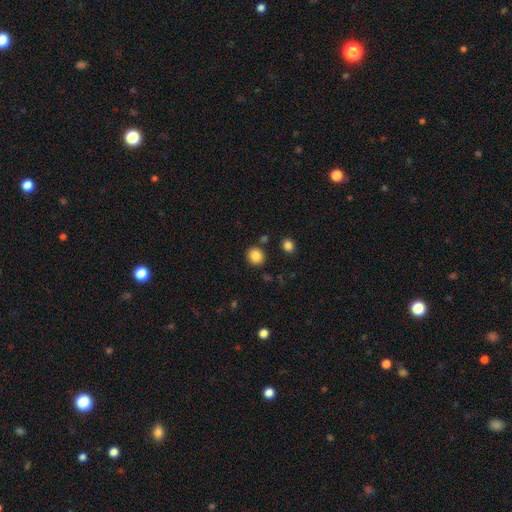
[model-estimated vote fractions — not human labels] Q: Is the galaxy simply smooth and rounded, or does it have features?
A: smooth — 86%.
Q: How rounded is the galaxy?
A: round — 79%.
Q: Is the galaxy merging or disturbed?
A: none — 85%.